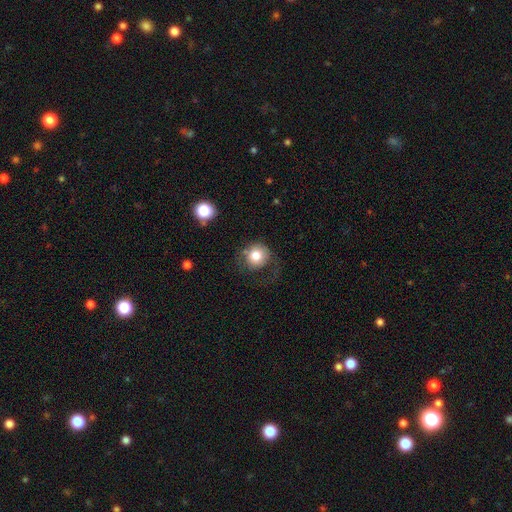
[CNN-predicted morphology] Smooth or featured? Predicted: smooth (p=0.77). How rounded? Predicted: round (p=0.87). Merging? Predicted: none (p=0.51).